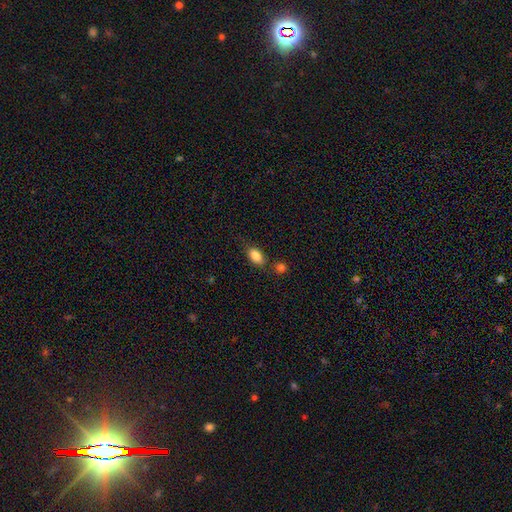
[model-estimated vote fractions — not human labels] Smooth or featured: smooth — 84% (star or artifact — 8%)
How rounded: in between — 86% (round — 9%)
Merging: none — 70% (minor disturbance — 16%)